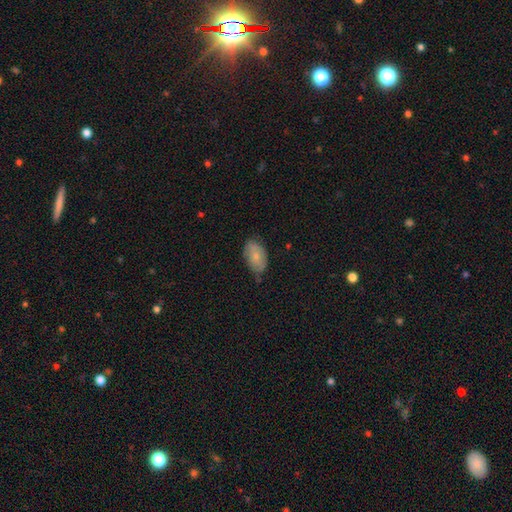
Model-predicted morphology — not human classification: smooth-or-featured: smooth: 71% | featured or disk: 22% | star or artifact: 7%
  how-rounded: in between: 92% | round: 6% | cigar-shaped: 2%
  merging: none: 63% | minor disturbance: 30% | major disturbance: 5% | merger: 2%